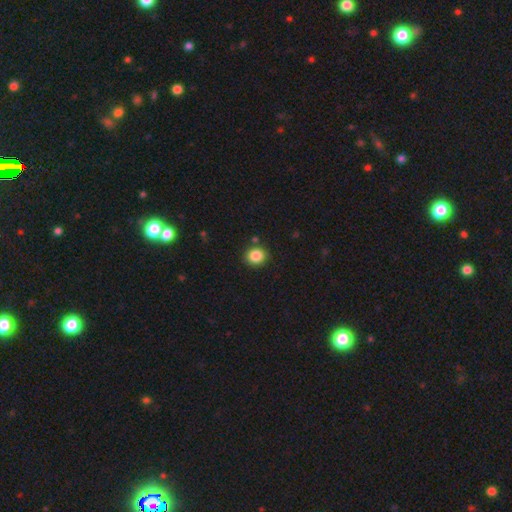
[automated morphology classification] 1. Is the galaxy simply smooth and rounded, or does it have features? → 86% smooth, 10% star or artifact, 4% featured or disk.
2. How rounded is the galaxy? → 77% round, 22% in between, 1% cigar-shaped.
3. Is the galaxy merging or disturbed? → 86% none, 8% minor disturbance, 3% merger, 2% major disturbance.